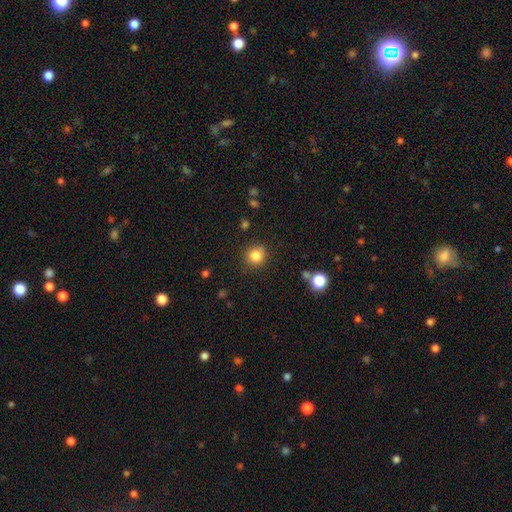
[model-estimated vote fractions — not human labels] This appears to be a smooth galaxy with no disk features (84%) that is round (90%). Merging: none (87%).